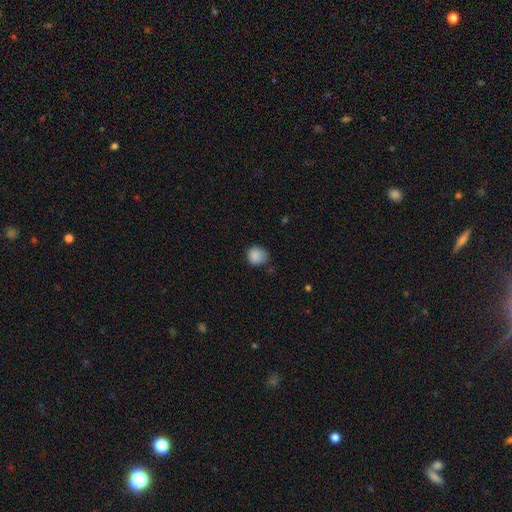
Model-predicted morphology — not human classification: Smooth or featured? Predicted: smooth (p=0.87). How rounded? Predicted: round (p=0.81). Merging? Predicted: none (p=0.67).